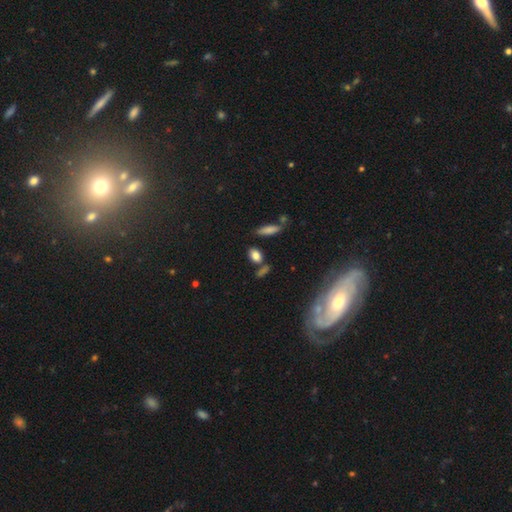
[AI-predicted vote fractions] Smooth or featured?
  - smooth: 80% *
  - star or artifact: 10%
  - featured or disk: 9%
How rounded?
  - in between: 78% *
  - round: 14%
  - cigar-shaped: 8%
Merging?
  - none: 70% *
  - minor disturbance: 13%
  - merger: 13%
  - major disturbance: 4%